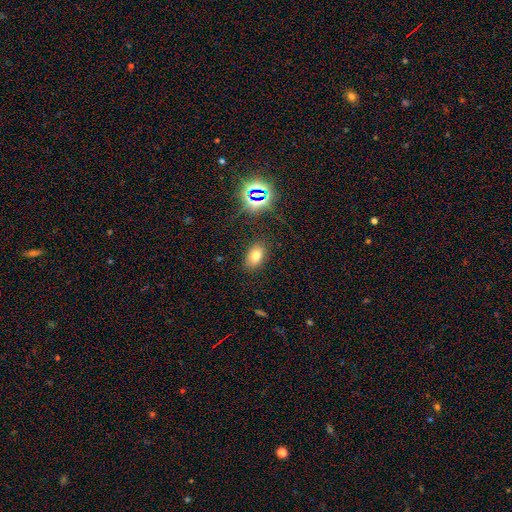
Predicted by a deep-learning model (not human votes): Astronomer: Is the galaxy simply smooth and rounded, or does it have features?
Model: smooth — 70%.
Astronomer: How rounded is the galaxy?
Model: in between — 84%.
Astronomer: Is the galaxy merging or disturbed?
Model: none — 85%.